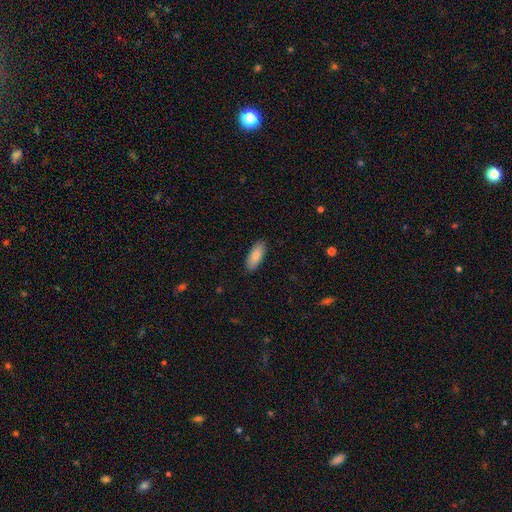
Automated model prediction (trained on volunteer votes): The model was most divided on "how rounded": in between: 80%, cigar-shaped: 18%, round: 2%. More confident: merging — none (89%); smooth or featured — smooth (86%).